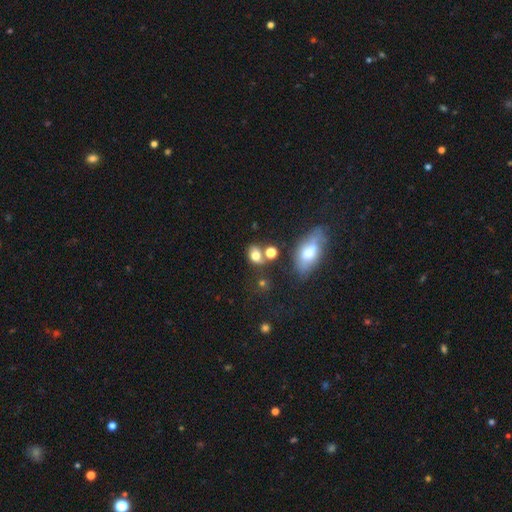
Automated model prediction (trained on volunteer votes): A smooth galaxy with no disk features (74%) that is in between round and cigar-shaped (67%). Merging: none (51%).